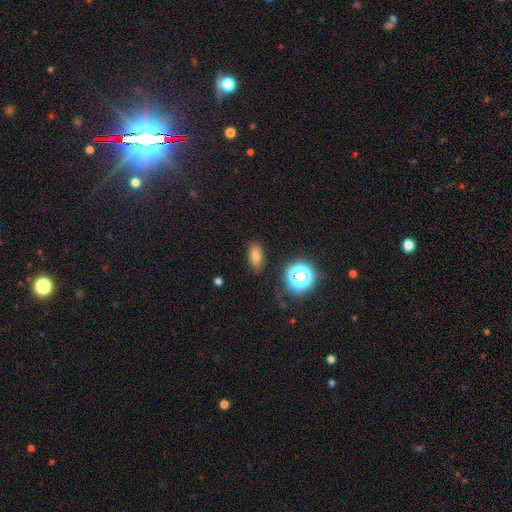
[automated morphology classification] This is likely a smooth galaxy (68%). How rounded: clearly in between (83%). Merging: clearly none (85%).